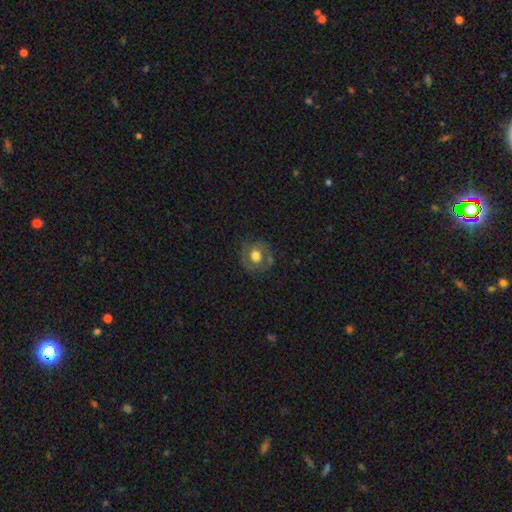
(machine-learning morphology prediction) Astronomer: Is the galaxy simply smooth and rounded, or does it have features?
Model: smooth — 52% (runner-up: featured or disk, 39%).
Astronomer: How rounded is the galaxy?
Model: round — 81%.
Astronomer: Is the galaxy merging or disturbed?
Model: none — 70%.